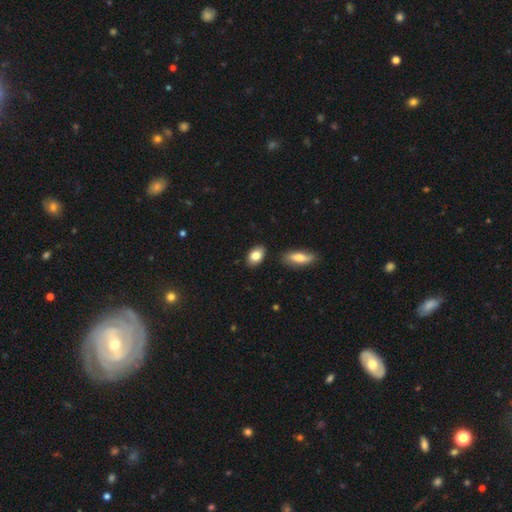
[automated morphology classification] The model was most divided on "smooth or featured": smooth: 83%, featured or disk: 10%, star or artifact: 7%. More confident: how rounded — in between (87%); merging — none (86%).